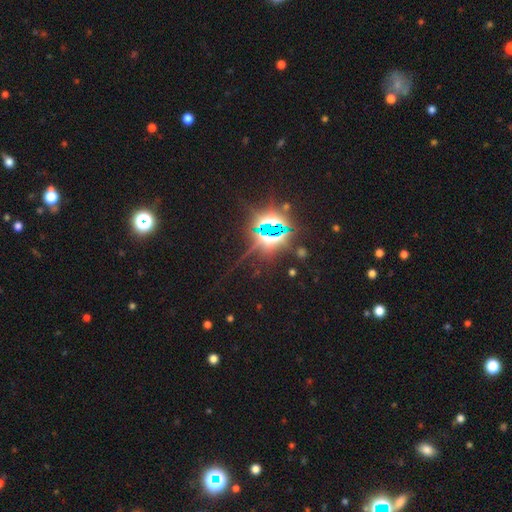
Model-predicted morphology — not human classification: A star or artifact, not a galaxy (82%).